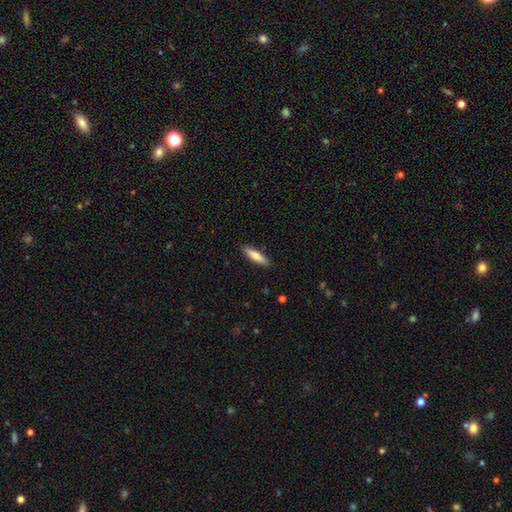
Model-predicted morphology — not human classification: Smooth or featured: smooth — 77% (featured or disk — 18%)
How rounded: cigar-shaped — 75% (in between — 24%)
Merging: none — 89% (minor disturbance — 8%)